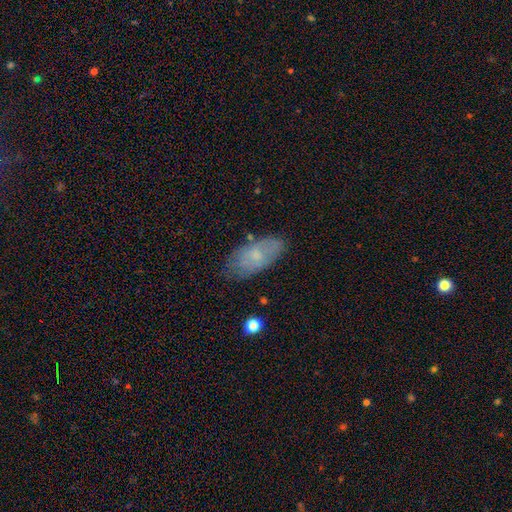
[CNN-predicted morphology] This appears to be a smooth galaxy with no disk features (59%) that is in between round and cigar-shaped (90%). Merging: none (71%).